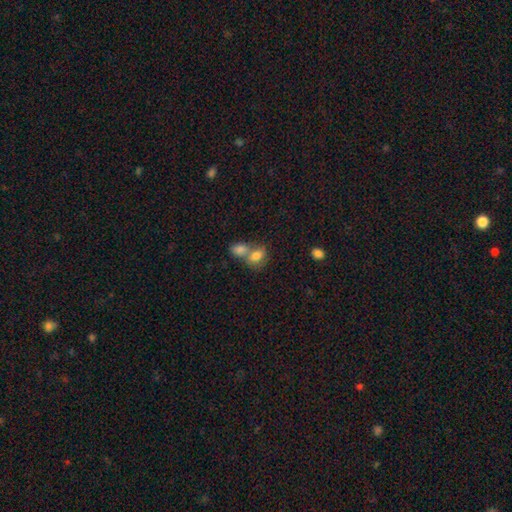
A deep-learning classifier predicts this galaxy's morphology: A smooth galaxy with no disk features (80%) that is in between round and cigar-shaped (65%).

Vote fractions:
- Smooth or featured? smooth: 80% / featured or disk: 11% / star or artifact: 9%
- How rounded? in between: 65% / round: 33% / cigar-shaped: 1%
- Merging? merger: 60% / none: 28% / minor disturbance: 8% / major disturbance: 4%